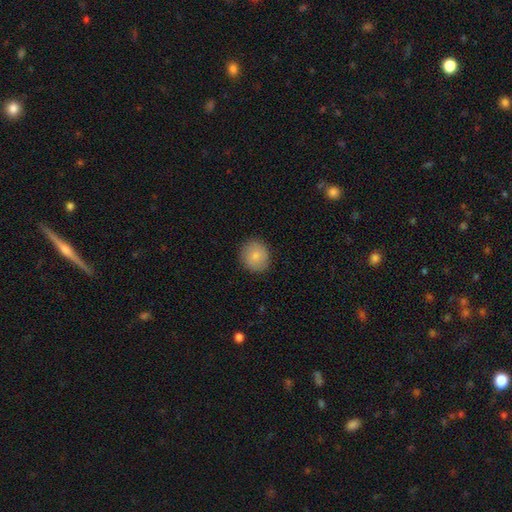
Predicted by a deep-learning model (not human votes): Smooth or featured: smooth — 83% (featured or disk — 9%)
How rounded: round — 85% (in between — 14%)
Merging: none — 89% (minor disturbance — 8%)